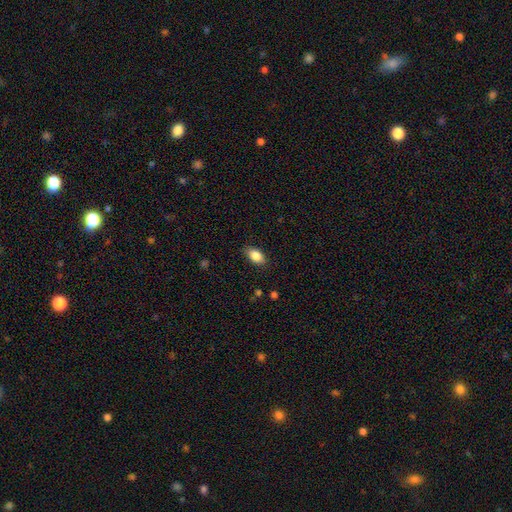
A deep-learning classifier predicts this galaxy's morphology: smooth 86%, star or artifact 8%, featured or disk 6%. Down the decision tree: how rounded — in between (89%); merging — none (83%).